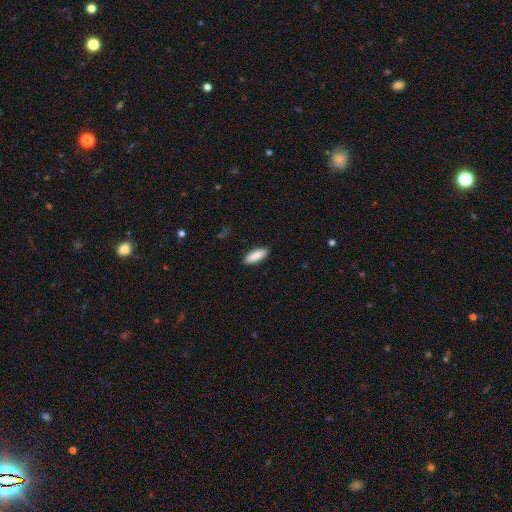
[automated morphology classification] Smooth or featured? Predicted: smooth (p=0.90). How rounded? Predicted: in between (p=0.73). Merging? Predicted: none (p=0.90).